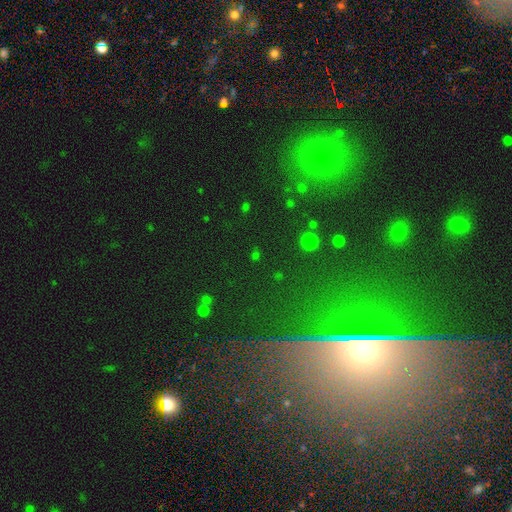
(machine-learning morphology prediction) A star or artifact, not a galaxy (56%).